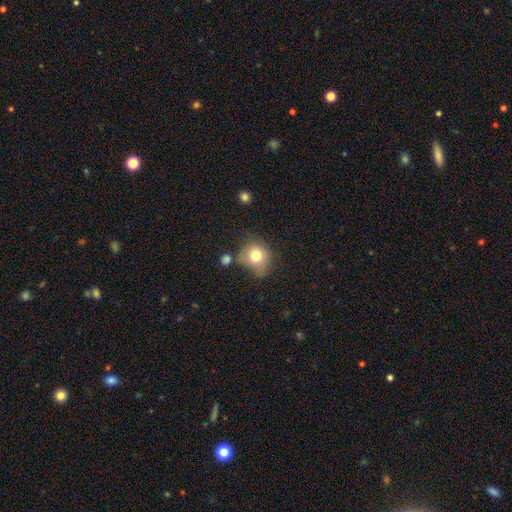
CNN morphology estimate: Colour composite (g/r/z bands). It shows a smooth galaxy with no disk features (76%) that is round (75%). Merging: none (57%).